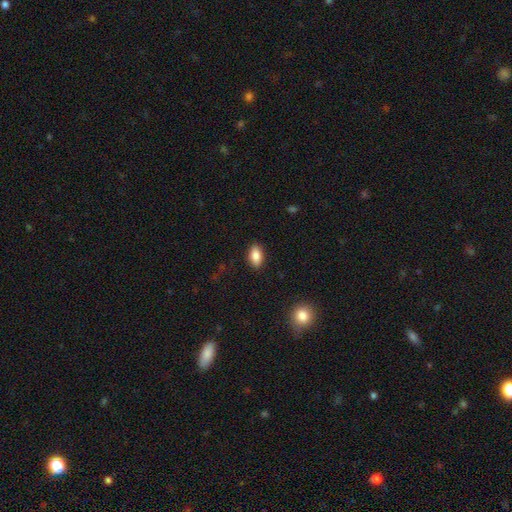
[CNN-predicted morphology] The model was most divided on "smooth or featured": smooth: 85%, star or artifact: 8%, featured or disk: 7%. More confident: how rounded — in between (90%); merging — none (88%).